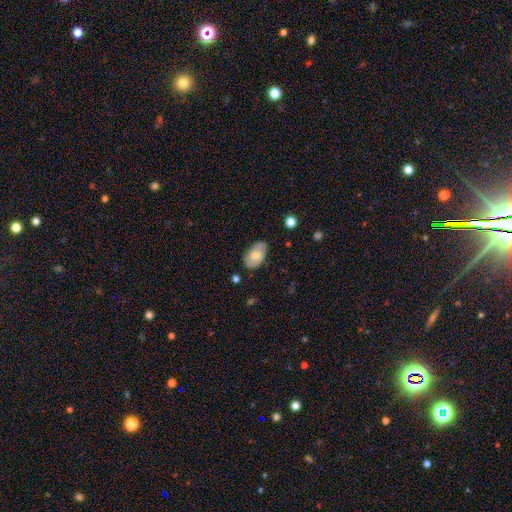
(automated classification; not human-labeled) Overall: smooth (68%). How rounded: in between (93%). Merging: none (76%).